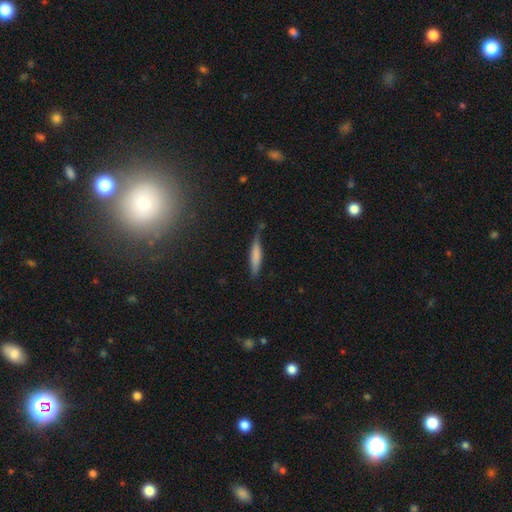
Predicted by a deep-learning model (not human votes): smooth_or_featured: smooth (p=0.70) [alt: featured or disk p=0.23]
how_rounded: cigar-shaped (p=0.83) [alt: in between p=0.15]
merging: none (p=0.60) [alt: minor disturbance p=0.29]